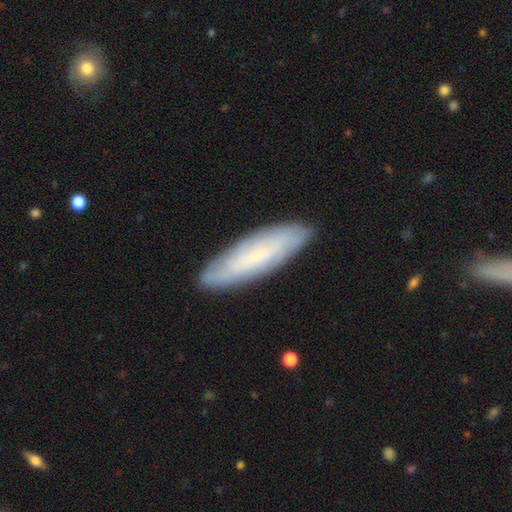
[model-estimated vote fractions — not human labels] Smooth or featured? smooth (49%)
Merging? none (86%)